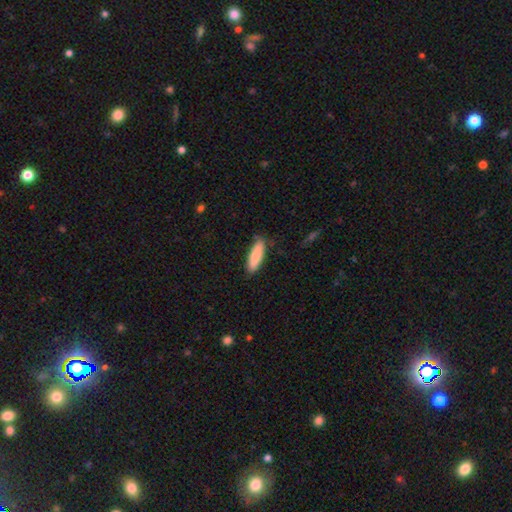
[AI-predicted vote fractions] smooth-or-featured: smooth: 83% | featured or disk: 11% | star or artifact: 6%
  how-rounded: cigar-shaped: 54% | in between: 45% | round: 2%
  merging: none: 83% | minor disturbance: 13% | major disturbance: 2% | merger: 1%